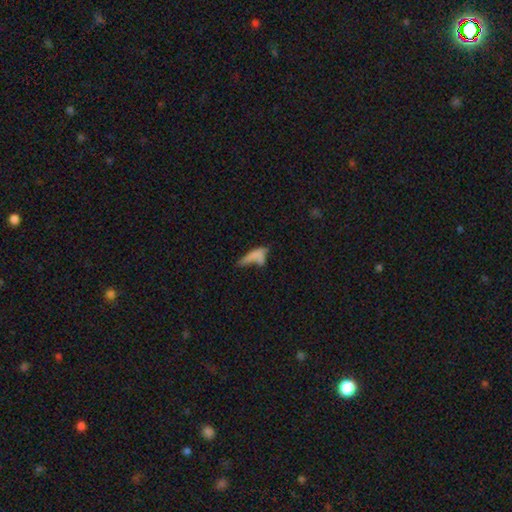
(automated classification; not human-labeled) smooth 64%, featured or disk 23%, star or artifact 12%. Down the decision tree: how rounded — cigar-shaped (49%); merging — merger (31%).